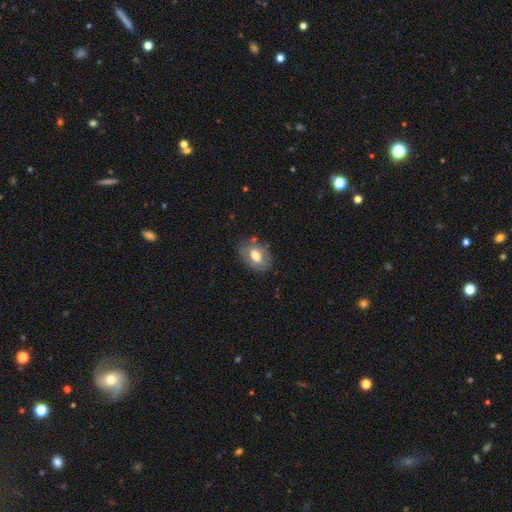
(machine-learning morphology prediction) The model was most divided on "smooth or featured": smooth: 58%, featured or disk: 35%, star or artifact: 7%. More confident: how rounded — in between (82%); merging — none (67%).